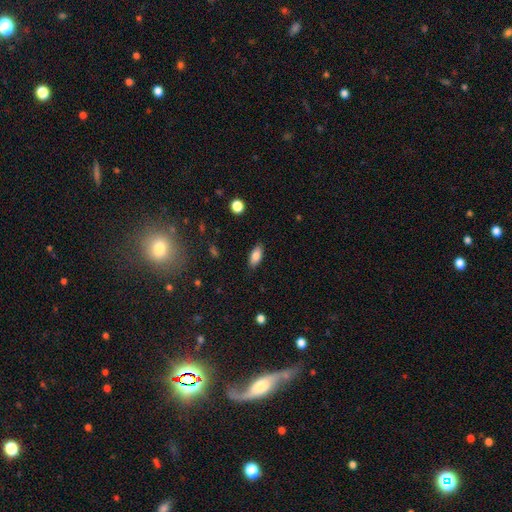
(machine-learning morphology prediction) Smooth or featured?
  - smooth: 83% *
  - featured or disk: 9%
  - star or artifact: 7%
How rounded?
  - in between: 85% *
  - cigar-shaped: 12%
  - round: 3%
Merging?
  - none: 86% *
  - minor disturbance: 10%
  - major disturbance: 2%
  - merger: 1%